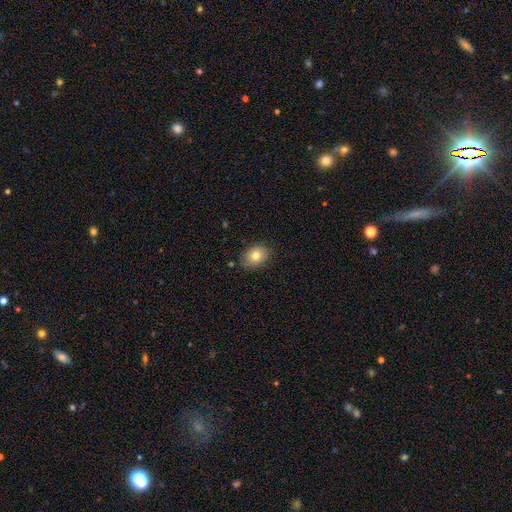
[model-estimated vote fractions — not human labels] This is likely a smooth galaxy (79%). How rounded: likely in between (64%). Merging: clearly none (84%).